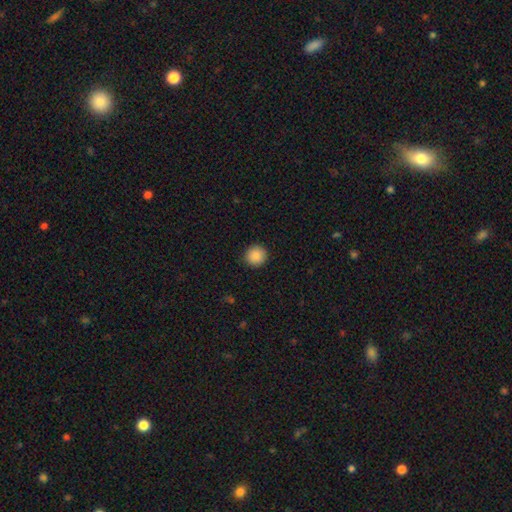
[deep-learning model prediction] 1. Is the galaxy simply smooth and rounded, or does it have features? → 88% smooth, 9% star or artifact, 3% featured or disk.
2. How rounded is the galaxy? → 94% round, 5% in between, 1% cigar-shaped.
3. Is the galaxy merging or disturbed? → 92% none, 5% minor disturbance, 2% major disturbance, 1% merger.